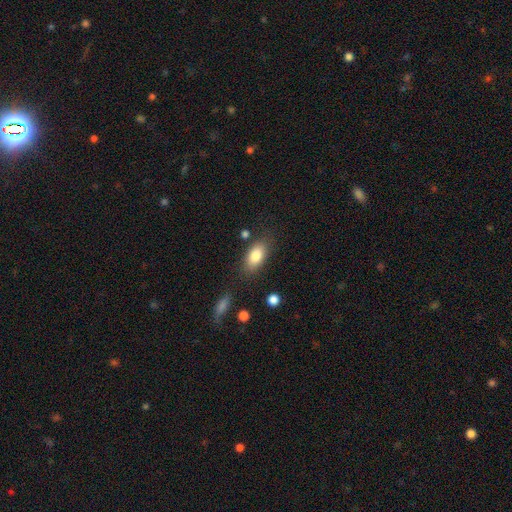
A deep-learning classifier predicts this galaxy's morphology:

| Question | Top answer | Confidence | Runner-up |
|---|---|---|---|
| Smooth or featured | smooth | 82% | featured or disk (10%) |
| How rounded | in between | 89% | round (6%) |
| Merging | none | 79% | minor disturbance (14%) |